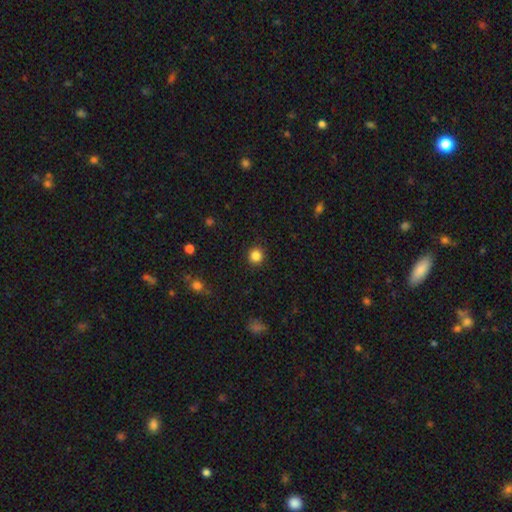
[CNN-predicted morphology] A smooth galaxy with no disk features (85%) that is round (90%). Merging: none (91%).